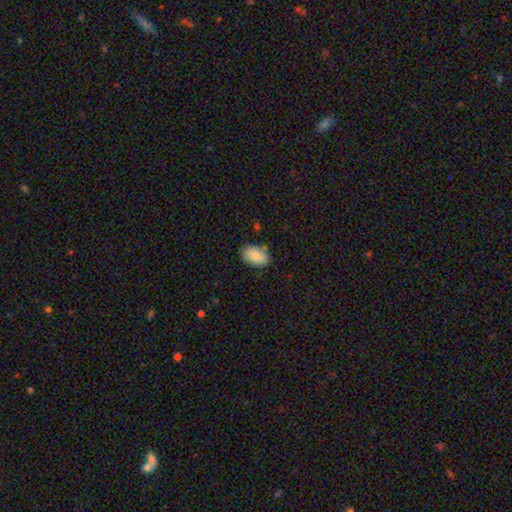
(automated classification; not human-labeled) Overall: smooth (86%). How rounded: in between (92%). Merging: none (81%).